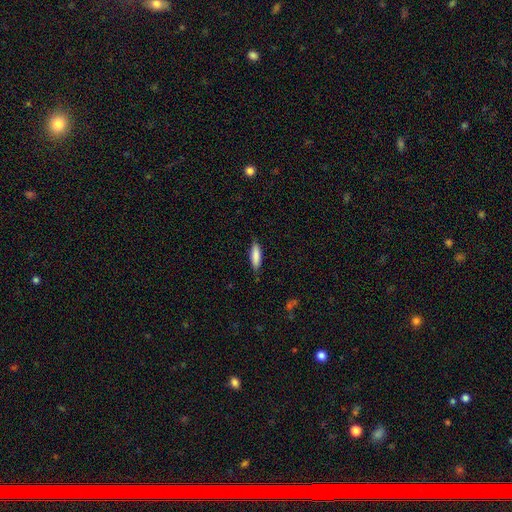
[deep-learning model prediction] Morphology: type=smooth (84%); roundness=cigar-shaped (57%); merging=none (82%).